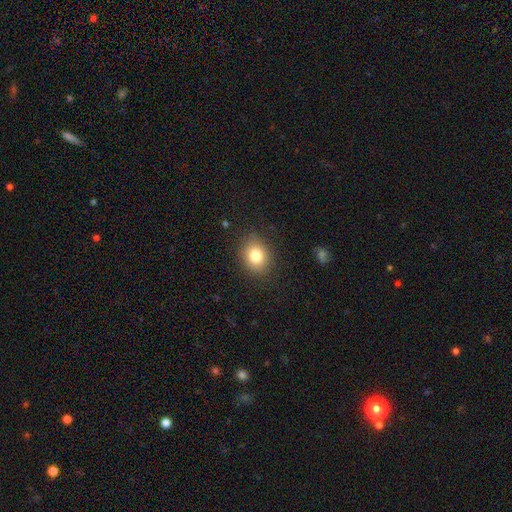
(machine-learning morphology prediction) This is clearly a smooth galaxy (81%). How rounded: possibly round (55%). Merging: clearly none (86%).